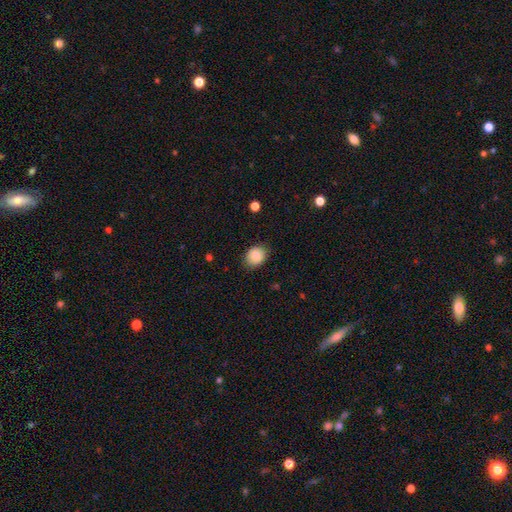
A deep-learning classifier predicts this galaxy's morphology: Overall: smooth (82%). How rounded: round (53%; in between 46%). Merging: none (84%).